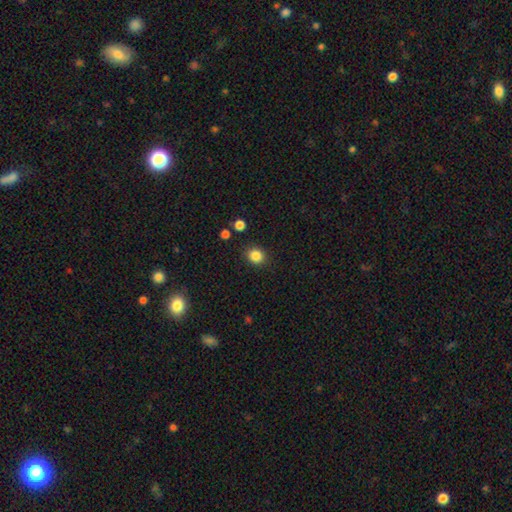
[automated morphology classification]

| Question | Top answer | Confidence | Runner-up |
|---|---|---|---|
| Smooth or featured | smooth | 85% | star or artifact (11%) |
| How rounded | round | 76% | in between (23%) |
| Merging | none | 88% | minor disturbance (8%) |